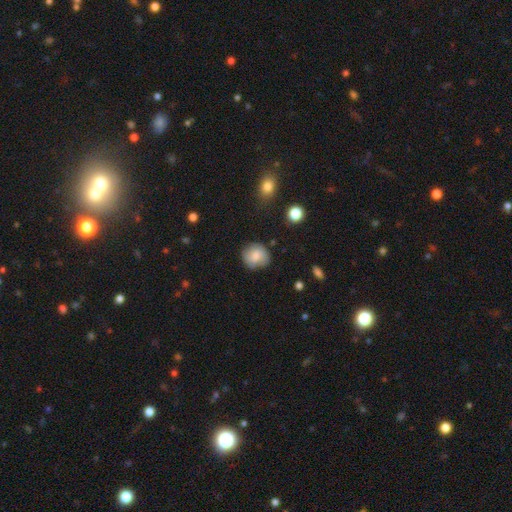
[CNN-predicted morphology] A smooth galaxy with no disk features (78%) that is round (84%). Merging: none (76%).